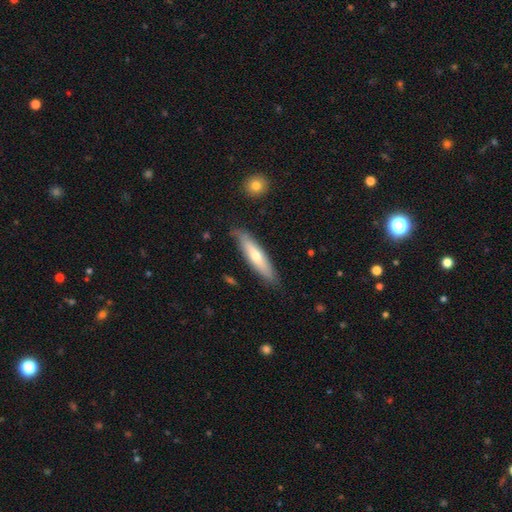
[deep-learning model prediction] This is possibly a smooth galaxy (54%). How rounded: likely cigar-shaped (76%). Merging: clearly none (81%).